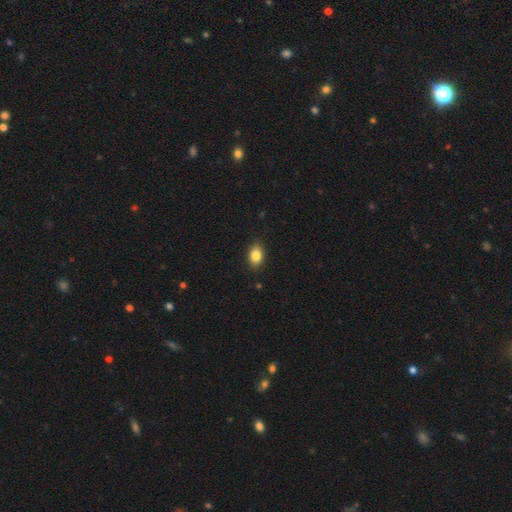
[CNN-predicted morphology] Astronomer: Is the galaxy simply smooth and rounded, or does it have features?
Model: smooth — 84%.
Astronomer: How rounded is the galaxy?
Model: in between — 84%.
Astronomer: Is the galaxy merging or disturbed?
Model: none — 87%.